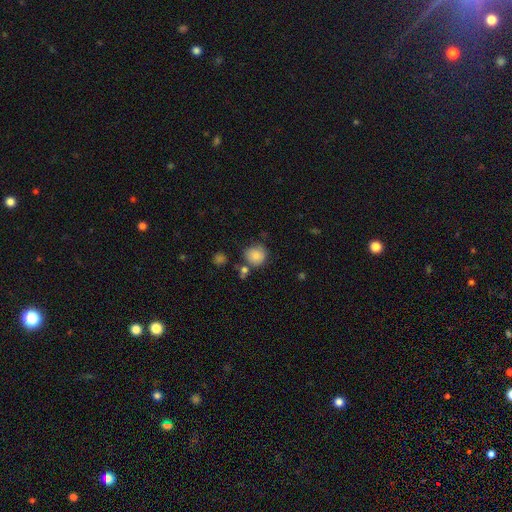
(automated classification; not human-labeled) Overall: smooth (84%). How rounded: round (87%). Merging: none (70%).